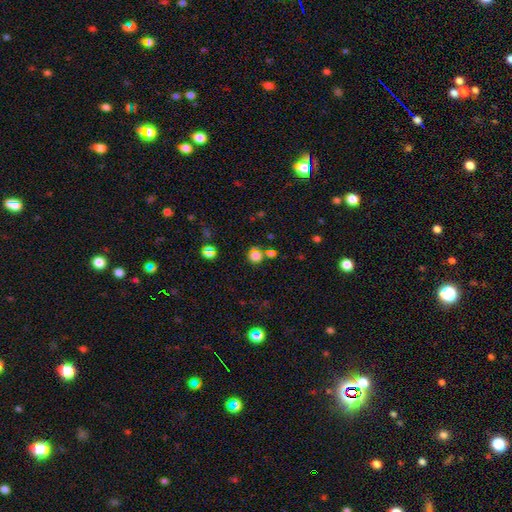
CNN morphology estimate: type=smooth (74%); roundness=round (89%); merging=none (65%).